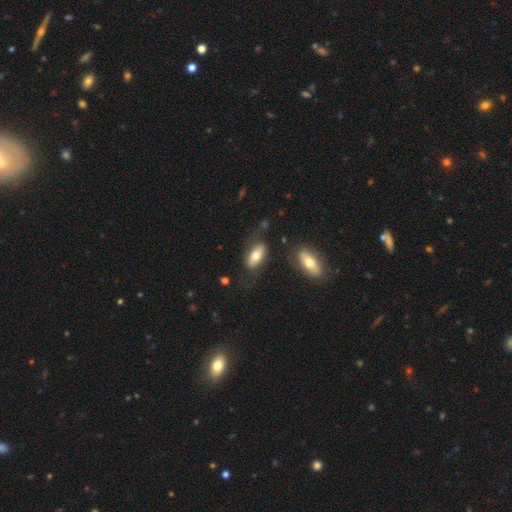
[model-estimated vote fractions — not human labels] Smooth or featured?
  - smooth: 68% *
  - featured or disk: 26%
  - star or artifact: 6%
How rounded?
  - in between: 85% *
  - cigar-shaped: 12%
  - round: 3%
Merging?
  - none: 67% *
  - minor disturbance: 18%
  - major disturbance: 9%
  - merger: 6%